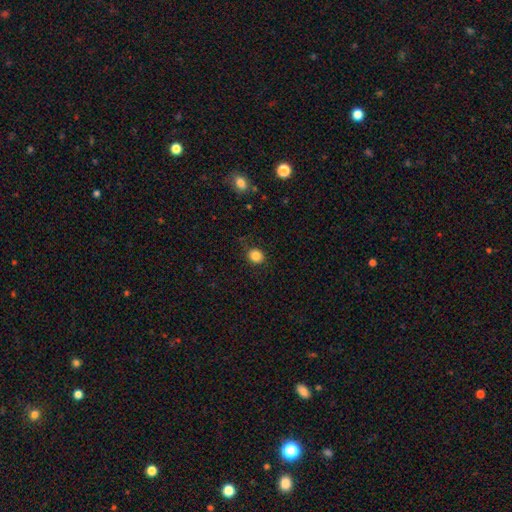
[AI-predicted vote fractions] smooth_or_featured: smooth (p=0.84) [alt: star or artifact p=0.11]
how_rounded: round (p=0.81) [alt: in between p=0.19]
merging: none (p=0.83) [alt: minor disturbance p=0.12]